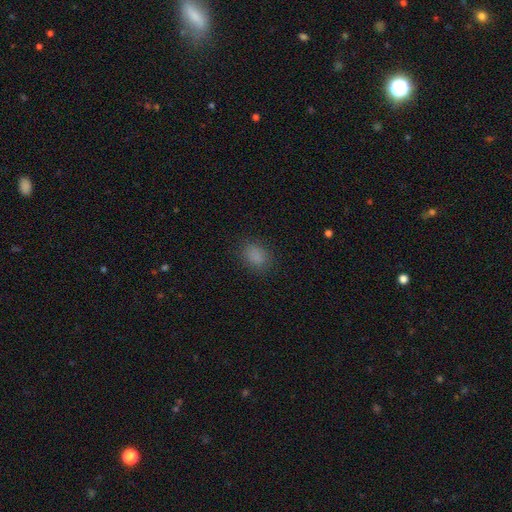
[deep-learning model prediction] A smooth galaxy with no disk features (84%) that is in between round and cigar-shaped (63%). Merging: none (84%).